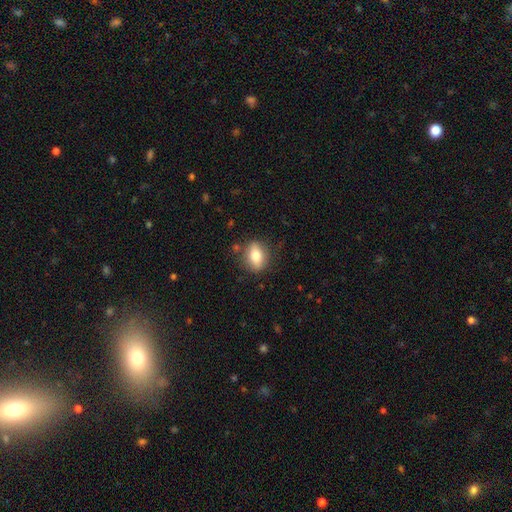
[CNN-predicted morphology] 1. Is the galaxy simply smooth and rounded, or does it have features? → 74% smooth, 18% featured or disk, 8% star or artifact.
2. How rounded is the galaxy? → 70% in between, 26% round, 4% cigar-shaped.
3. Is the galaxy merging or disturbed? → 83% none, 12% minor disturbance, 3% major disturbance, 2% merger.